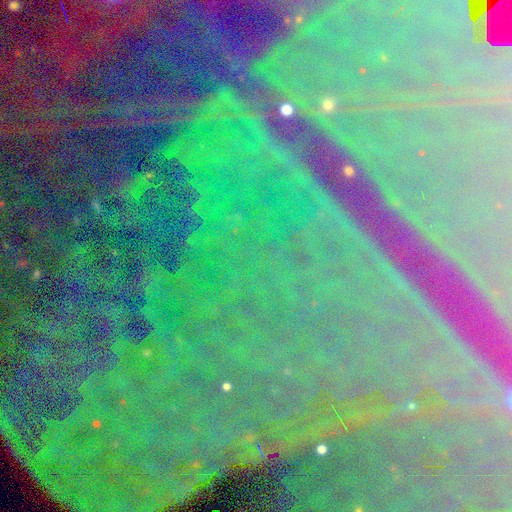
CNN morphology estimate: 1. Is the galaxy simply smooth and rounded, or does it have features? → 87% star or artifact, 6% featured or disk, 6% smooth.